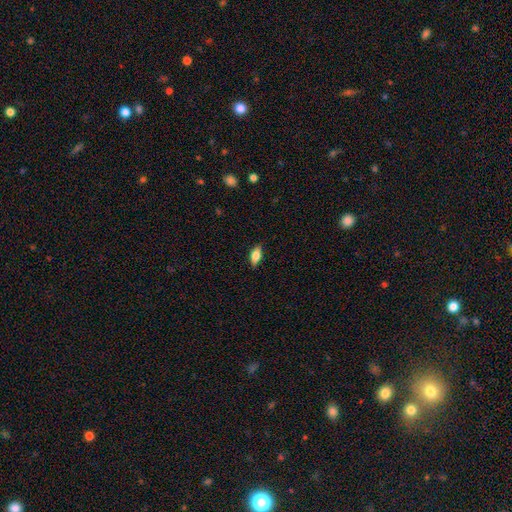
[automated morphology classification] A smooth galaxy with no disk features (71%) that is in between round and cigar-shaped (82%).

Vote fractions:
- Smooth or featured? smooth: 71% / featured or disk: 21% / star or artifact: 7%
- How rounded? in between: 82% / cigar-shaped: 14% / round: 4%
- Merging? none: 84% / minor disturbance: 12% / major disturbance: 2% / merger: 1%